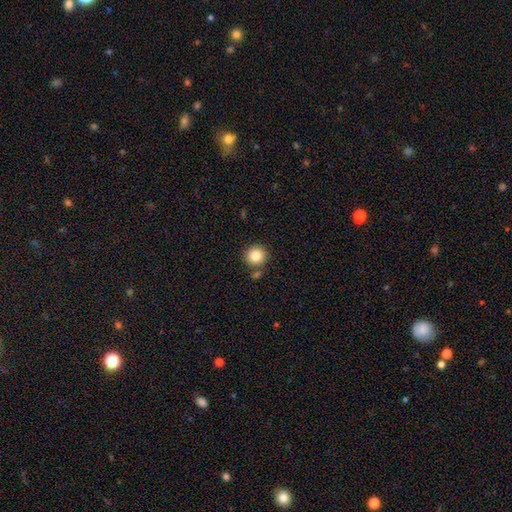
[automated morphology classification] Smooth or featured? Predicted: smooth (p=0.83). How rounded? Predicted: round (p=0.94). Merging? Predicted: none (p=0.78).